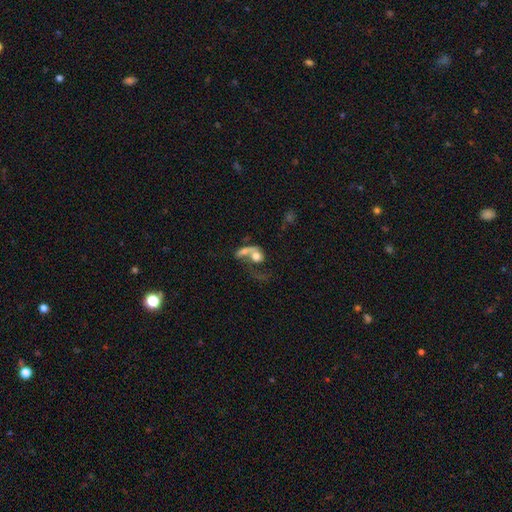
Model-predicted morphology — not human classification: smooth-or-featured: smooth: 50% | featured or disk: 39% | star or artifact: 11%
  merging: merger: 54% | major disturbance: 22% | none: 16% | minor disturbance: 8%